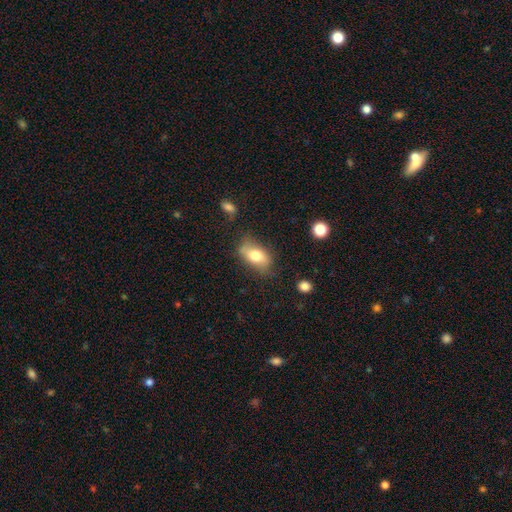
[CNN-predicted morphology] smooth_or_featured: smooth (p=0.72) [alt: featured or disk p=0.21]
how_rounded: in between (p=0.88) [alt: round p=0.08]
merging: none (p=0.66) [alt: minor disturbance p=0.24]